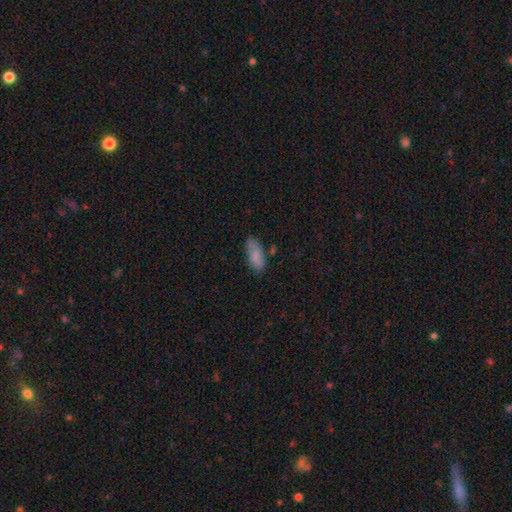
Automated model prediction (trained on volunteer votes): Smooth or featured: smooth — 78% (featured or disk — 15%)
How rounded: in between — 84% (cigar-shaped — 14%)
Merging: none — 71% (minor disturbance — 20%)